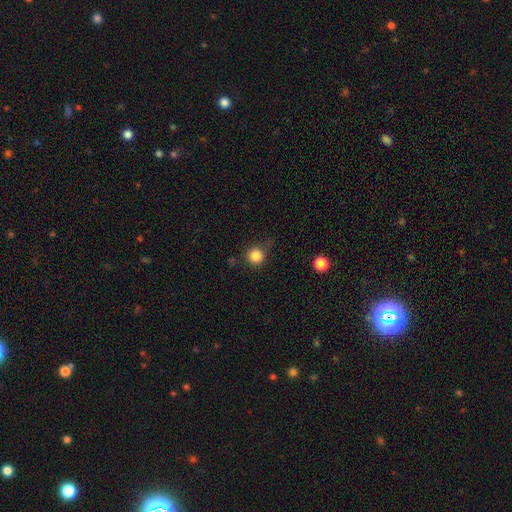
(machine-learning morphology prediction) A smooth galaxy with no disk features (85%) that is round (94%). Merging: none (74%).